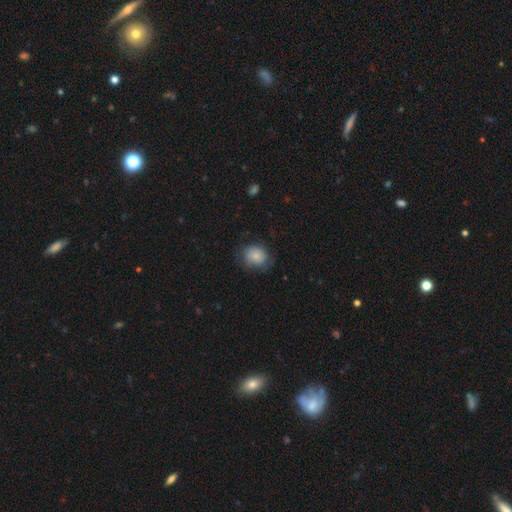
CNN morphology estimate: Smooth or featured? smooth (78%)
How rounded? round (65%)
Merging? none (64%)